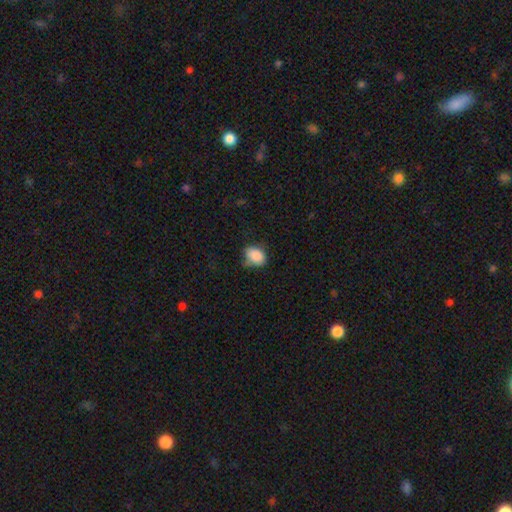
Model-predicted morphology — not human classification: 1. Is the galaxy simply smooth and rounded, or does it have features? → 87% smooth, 9% star or artifact, 5% featured or disk.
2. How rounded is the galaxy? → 72% in between, 27% round, 1% cigar-shaped.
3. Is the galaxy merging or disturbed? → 61% none, 29% minor disturbance, 6% major disturbance, 4% merger.